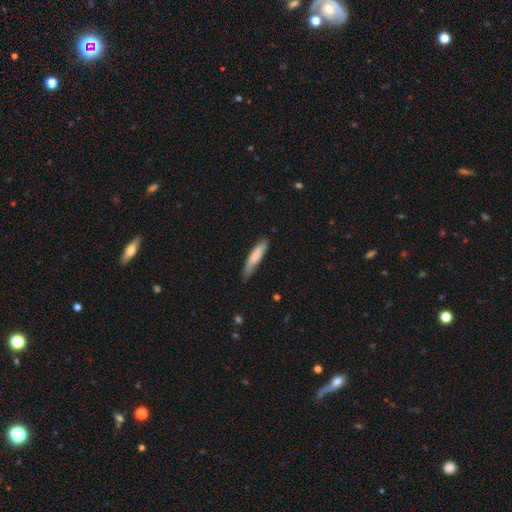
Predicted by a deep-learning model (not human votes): Q: Smooth or featured?
A: smooth (78%); runner-up: featured or disk (17%)
Q: How rounded?
A: cigar-shaped (83%); runner-up: in between (16%)
Q: Merging?
A: none (73%); runner-up: minor disturbance (22%)